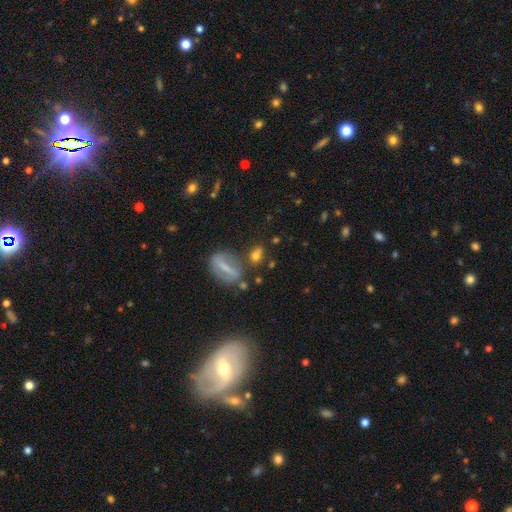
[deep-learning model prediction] Q: Smooth or featured?
A: smooth (57%); runner-up: featured or disk (26%)
Q: How rounded?
A: in between (46%); runner-up: round (37%)
Q: Merging?
A: none (65%); runner-up: minor disturbance (14%)